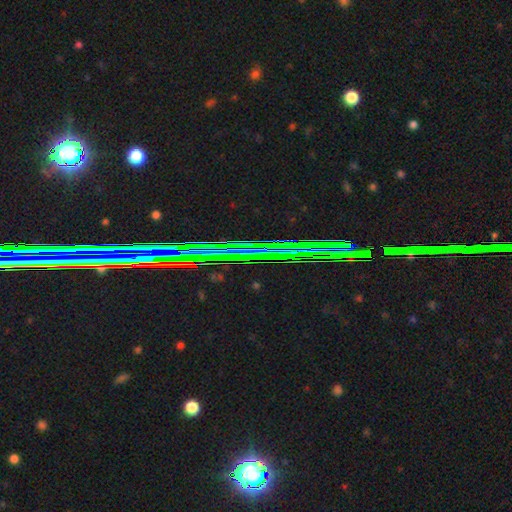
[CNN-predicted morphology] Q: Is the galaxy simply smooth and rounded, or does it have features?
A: star or artifact — 79%.